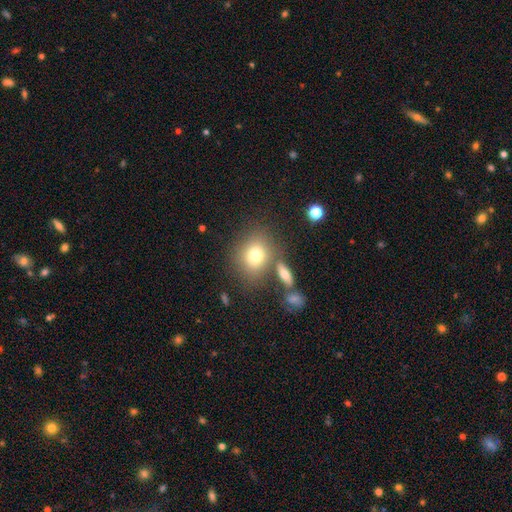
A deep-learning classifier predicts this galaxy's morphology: Smooth or featured? Predicted: smooth (p=0.74). How rounded? Predicted: round (p=0.58). Merging? Predicted: none (p=0.67).